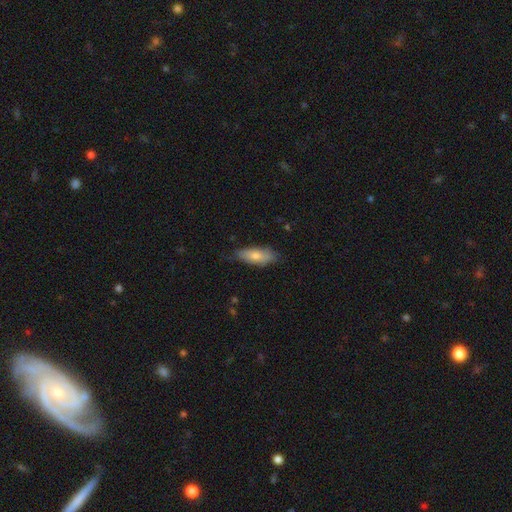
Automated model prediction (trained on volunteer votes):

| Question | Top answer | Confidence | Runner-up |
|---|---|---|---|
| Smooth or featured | smooth | 75% | featured or disk (19%) |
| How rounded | in between | 74% | cigar-shaped (23%) |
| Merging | none | 71% | minor disturbance (23%) |